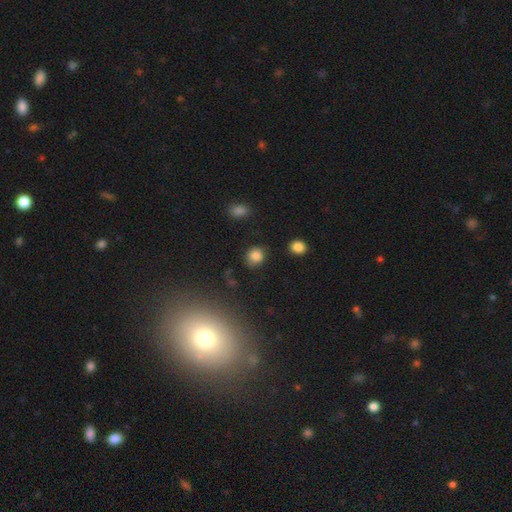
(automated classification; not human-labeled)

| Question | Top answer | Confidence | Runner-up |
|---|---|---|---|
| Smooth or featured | smooth | 84% | star or artifact (11%) |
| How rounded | round | 78% | in between (20%) |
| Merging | none | 83% | minor disturbance (11%) |